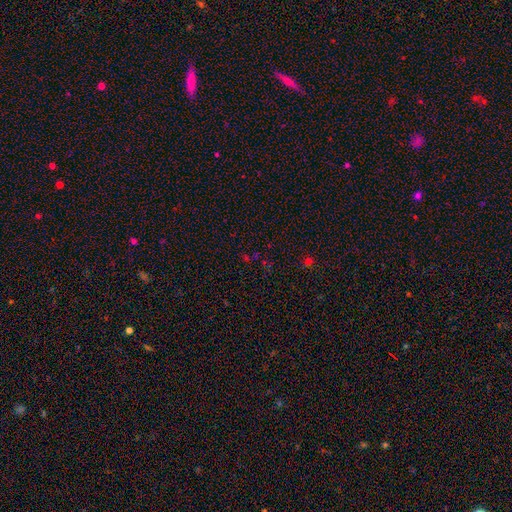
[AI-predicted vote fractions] The model was most divided on "smooth or featured": star or artifact: 61%, smooth: 30%, featured or disk: 9%.